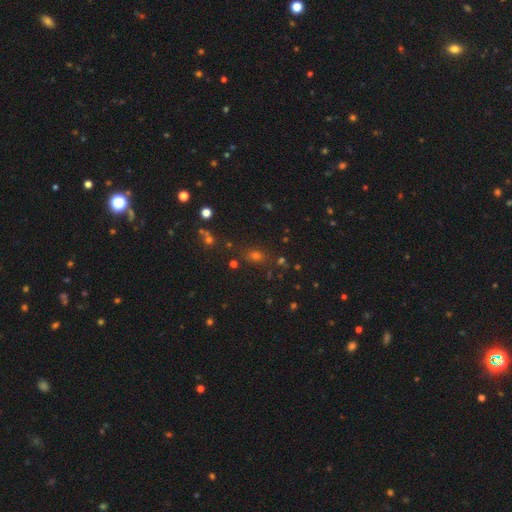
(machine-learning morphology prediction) type=smooth (57%); roundness=round (49%); merging=none (76%).